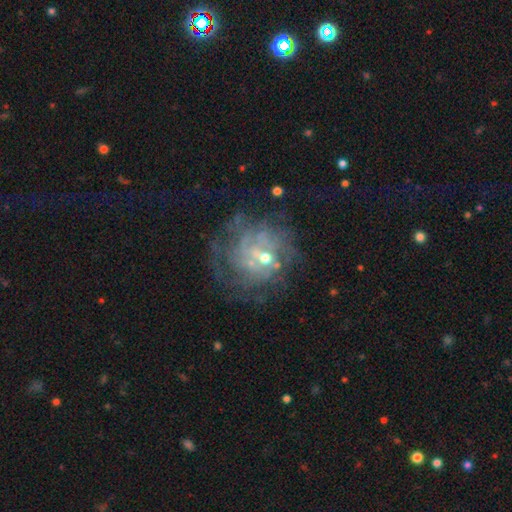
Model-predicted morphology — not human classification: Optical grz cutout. It shows a featured or disk galaxy (74%) with no bar (73%), spiral arms (69%) and a small central bulge (53%). Merging: none (55%).